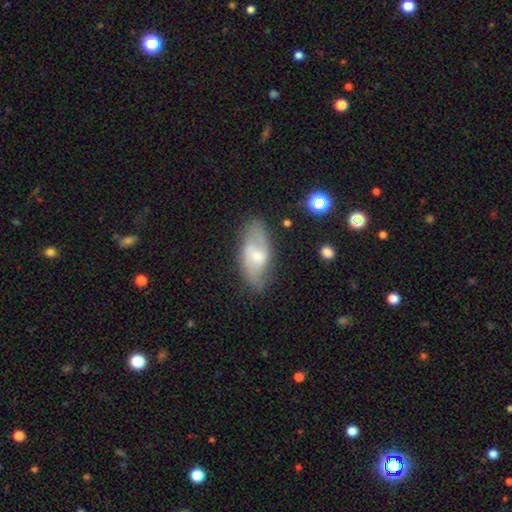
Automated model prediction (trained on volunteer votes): featured or disk 52%, smooth 41%, star or artifact 7%. Down the decision tree: edge-on disk — no (88%); merging — none (72%).